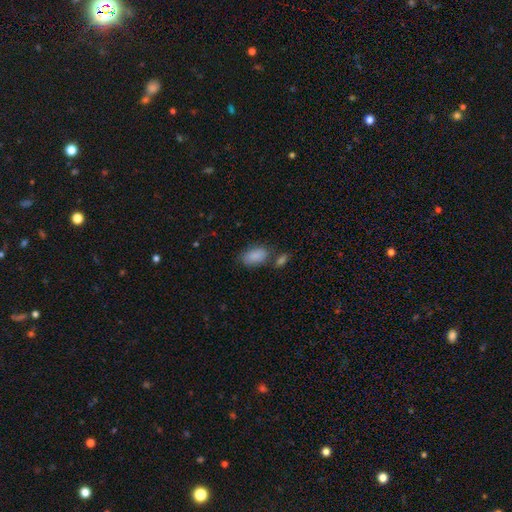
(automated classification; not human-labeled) A smooth galaxy with no disk features (88%) that is in between round and cigar-shaped (92%). Merging: none (62%).